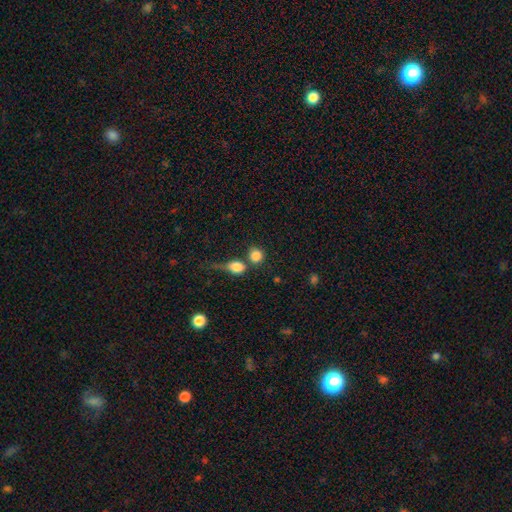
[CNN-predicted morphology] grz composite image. It shows a smooth galaxy with no disk features (84%) that is round (78%). Merging: none (50%).